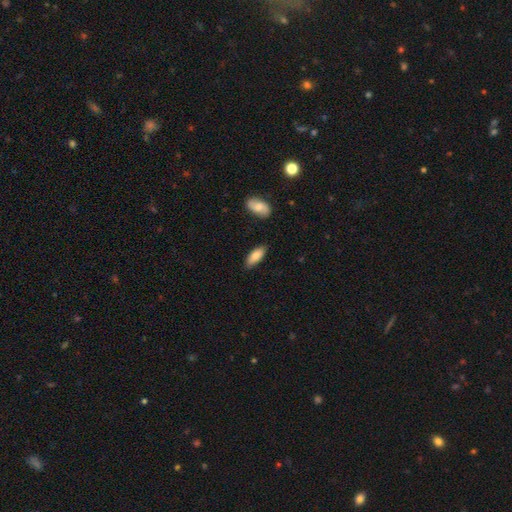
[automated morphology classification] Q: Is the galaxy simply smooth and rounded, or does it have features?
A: smooth — 83%.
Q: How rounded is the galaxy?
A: in between — 80%.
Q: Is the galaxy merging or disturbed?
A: none — 81%.